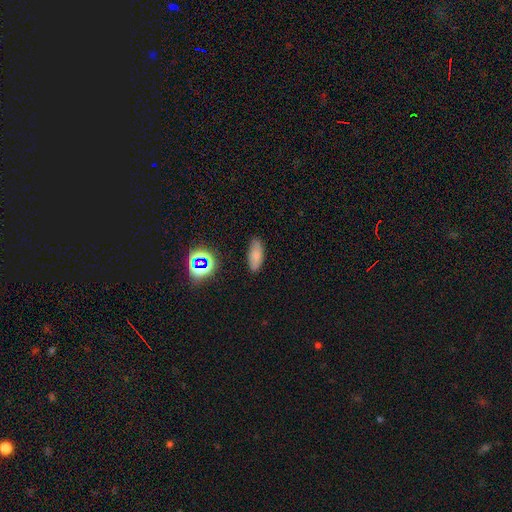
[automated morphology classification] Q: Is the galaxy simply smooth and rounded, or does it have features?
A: smooth — 75%.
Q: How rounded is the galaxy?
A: in between — 79%.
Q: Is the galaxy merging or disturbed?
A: none — 82%.